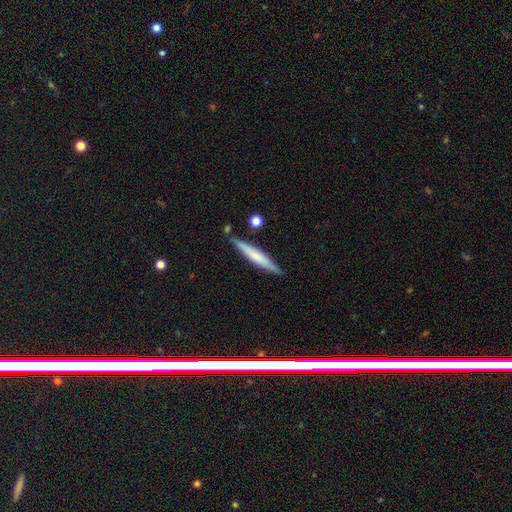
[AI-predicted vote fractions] This appears to be a smooth galaxy with no disk features (51%) that is cigar-shaped (93%). Merging: none (83%).